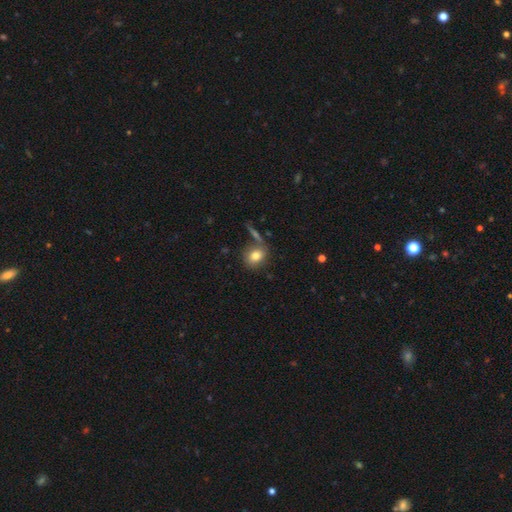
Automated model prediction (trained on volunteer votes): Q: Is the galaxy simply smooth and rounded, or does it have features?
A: smooth — 78%.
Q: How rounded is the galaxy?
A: round — 60%.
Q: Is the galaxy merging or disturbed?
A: none — 69%.